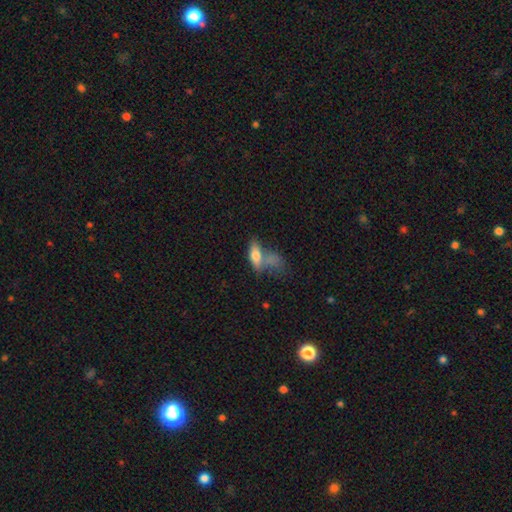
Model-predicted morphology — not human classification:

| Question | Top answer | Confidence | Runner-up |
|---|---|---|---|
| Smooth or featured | smooth | 69% | featured or disk (23%) |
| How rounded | in between | 73% | cigar-shaped (22%) |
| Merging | merger | 38% | none (29%) |